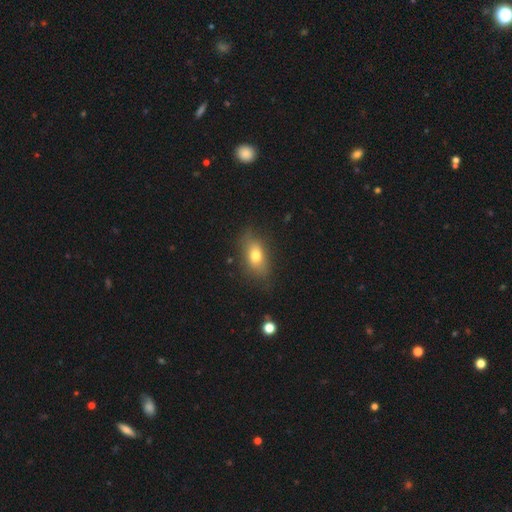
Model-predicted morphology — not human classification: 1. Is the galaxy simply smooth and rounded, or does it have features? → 74% smooth, 17% featured or disk, 10% star or artifact.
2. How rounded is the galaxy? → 83% in between, 11% round, 6% cigar-shaped.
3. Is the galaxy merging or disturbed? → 76% none, 17% minor disturbance, 5% major disturbance, 2% merger.